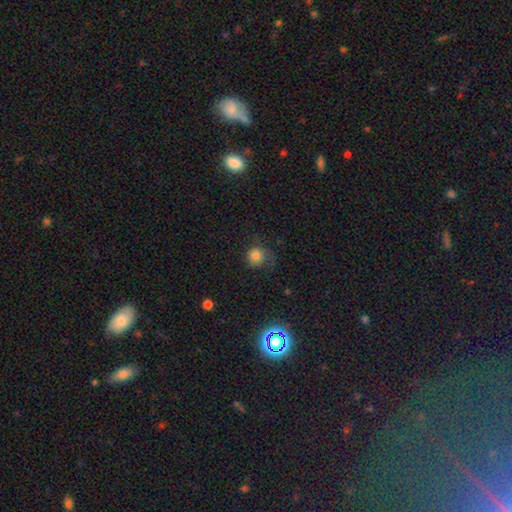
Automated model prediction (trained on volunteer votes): A smooth galaxy with no disk features (75%) that is round (88%). Merging: none (57%).